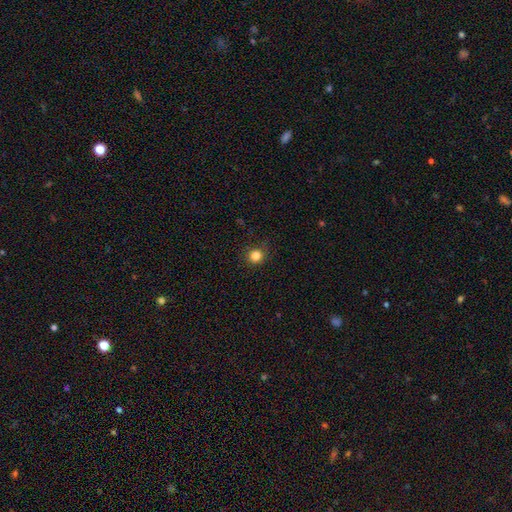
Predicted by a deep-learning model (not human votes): smooth-or-featured: smooth: 83% | star or artifact: 13% | featured or disk: 4%
  how-rounded: round: 93% | in between: 7% | cigar-shaped: 1%
  merging: none: 87% | minor disturbance: 9% | major disturbance: 3% | merger: 1%